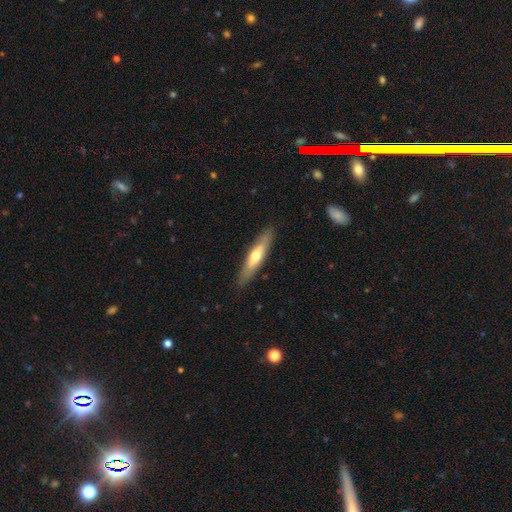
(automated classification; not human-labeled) smooth-or-featured: smooth: 50% | featured or disk: 45% | star or artifact: 5%
  merging: none: 86% | minor disturbance: 10% | major disturbance: 2% | merger: 1%